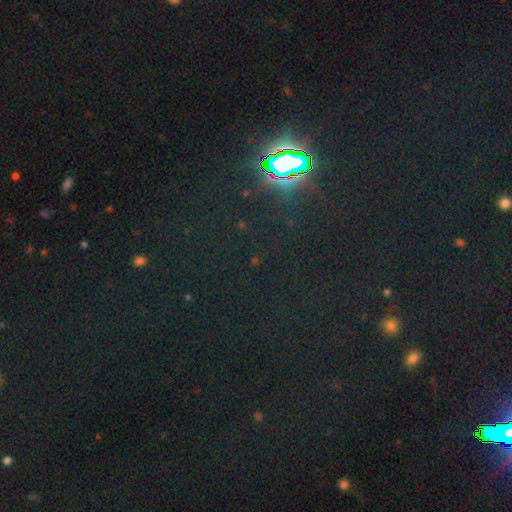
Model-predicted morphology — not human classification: Smooth or featured? Predicted: star or artifact (p=0.81).